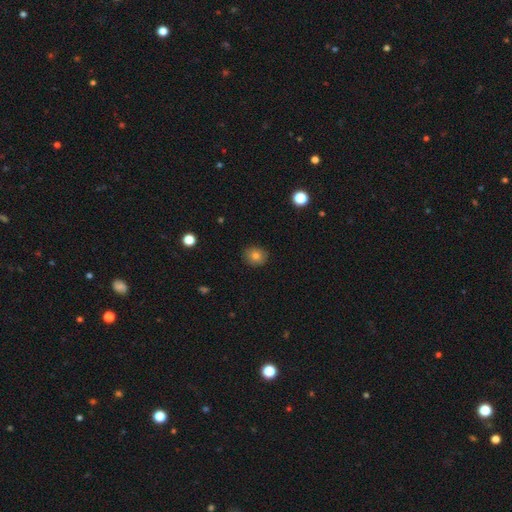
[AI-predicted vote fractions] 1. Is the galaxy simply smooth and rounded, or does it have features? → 81% smooth, 11% star or artifact, 9% featured or disk.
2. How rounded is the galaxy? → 76% round, 23% in between, 1% cigar-shaped.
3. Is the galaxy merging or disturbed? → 89% none, 8% minor disturbance, 2% major disturbance, 1% merger.